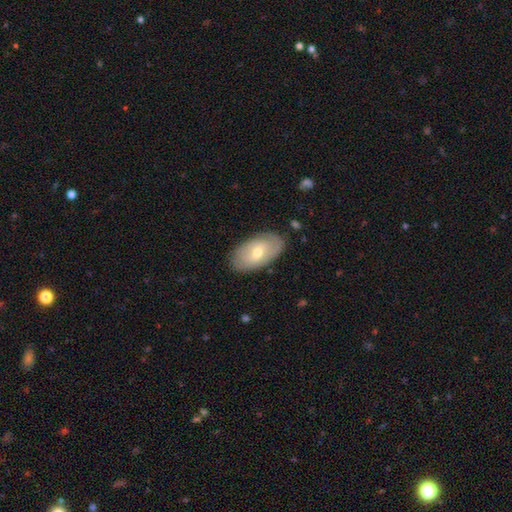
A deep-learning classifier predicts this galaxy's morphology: Smooth or featured: smooth — 51% (featured or disk — 43%)
How rounded: in between — 93% (round — 5%)
Merging: none — 83% (minor disturbance — 12%)